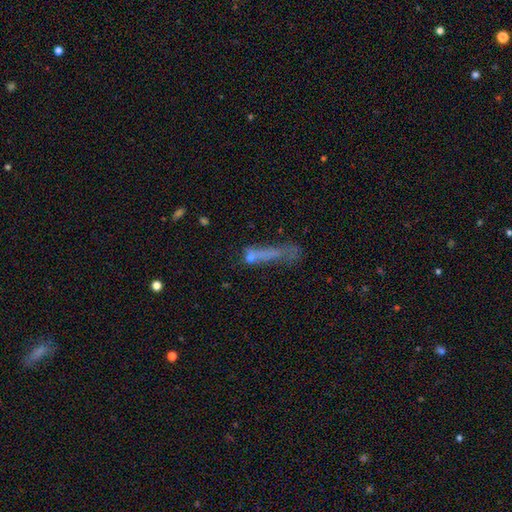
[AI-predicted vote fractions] smooth-or-featured: smooth: 53% | featured or disk: 29% | star or artifact: 18%
  how-rounded: cigar-shaped: 69% | in between: 23% | round: 8%
  merging: major disturbance: 40% | none: 26% | merger: 17% | minor disturbance: 16%